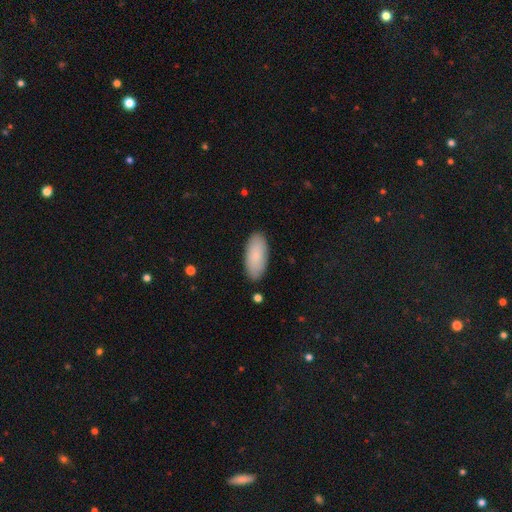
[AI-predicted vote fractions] Morphology: type=smooth (87%); roundness=in between (88%); merging=none (87%).